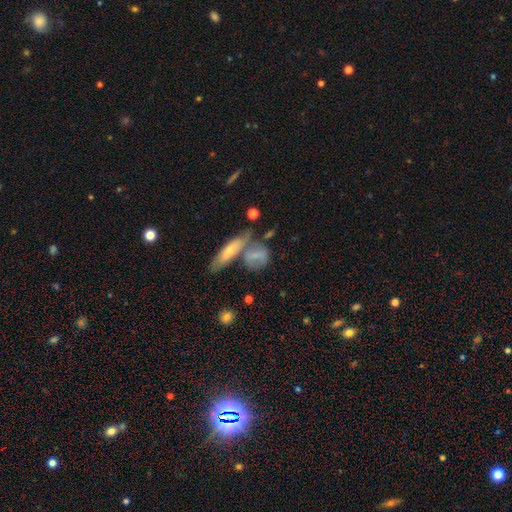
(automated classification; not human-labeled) Smooth or featured?
  - smooth: 60% *
  - featured or disk: 31%
  - star or artifact: 8%
How rounded?
  - in between: 48% *
  - round: 33%
  - cigar-shaped: 20%
Merging?
  - merger: 41% *
  - none: 38%
  - minor disturbance: 14%
  - major disturbance: 7%